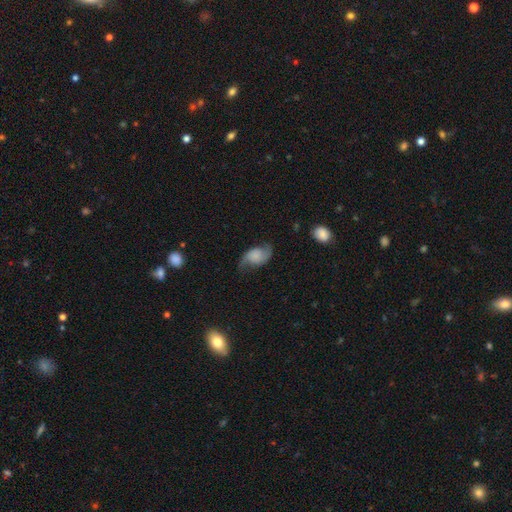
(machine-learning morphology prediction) Q: Smooth or featured?
A: featured or disk (69%); runner-up: smooth (22%)
Q: Edge-on disk?
A: no (97%); runner-up: yes (3%)
Q: Bar?
A: no (71%); runner-up: weak (24%)
Q: Spiral arms?
A: yes (94%); runner-up: no (6%)
Q: Spiral winding?
A: loose (66%); runner-up: medium (26%)
Q: Spiral arm count?
A: 2 (92%); runner-up: 1 (3%)
Q: Bulge size?
A: none (38%); runner-up: small (30%)
Q: Merging?
A: none (66%); runner-up: minor disturbance (21%)